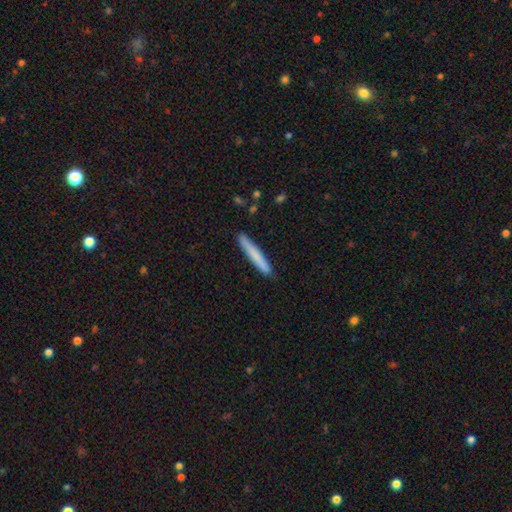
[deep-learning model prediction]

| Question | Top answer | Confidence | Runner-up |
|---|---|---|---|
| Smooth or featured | smooth | 76% | featured or disk (18%) |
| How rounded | cigar-shaped | 96% | in between (3%) |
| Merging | none | 90% | minor disturbance (8%) |